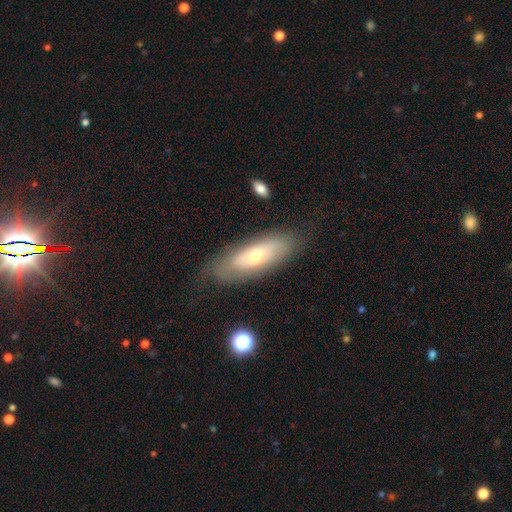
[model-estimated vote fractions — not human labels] smooth 50%, featured or disk 42%, star or artifact 8%. Down the decision tree: how rounded — in between (63%); merging — none (73%).